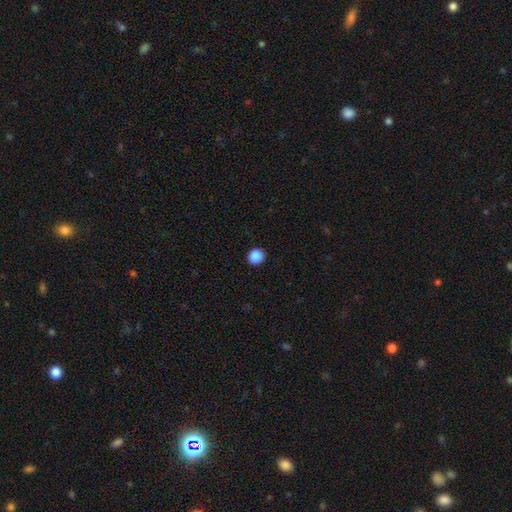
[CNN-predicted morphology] smooth-or-featured: smooth: 88% | star or artifact: 9% | featured or disk: 3%
  how-rounded: round: 86% | in between: 13% | cigar-shaped: 1%
  merging: none: 92% | minor disturbance: 6% | major disturbance: 2% | merger: 1%